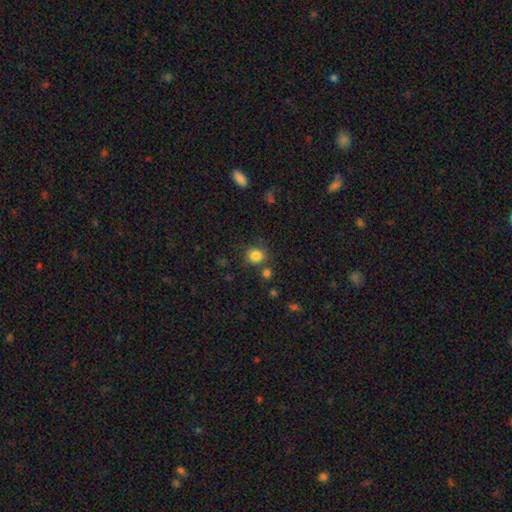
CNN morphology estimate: A smooth galaxy with no disk features (84%) that is round (82%). Merging: none (78%).